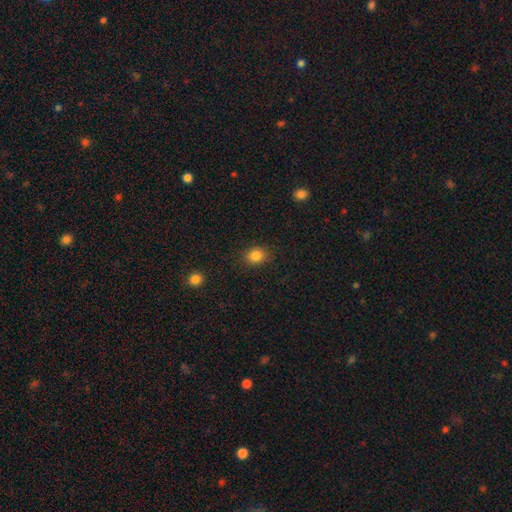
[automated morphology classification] Q: Smooth or featured?
A: smooth (84%); runner-up: star or artifact (11%)
Q: How rounded?
A: round (56%); runner-up: in between (43%)
Q: Merging?
A: none (85%); runner-up: minor disturbance (10%)